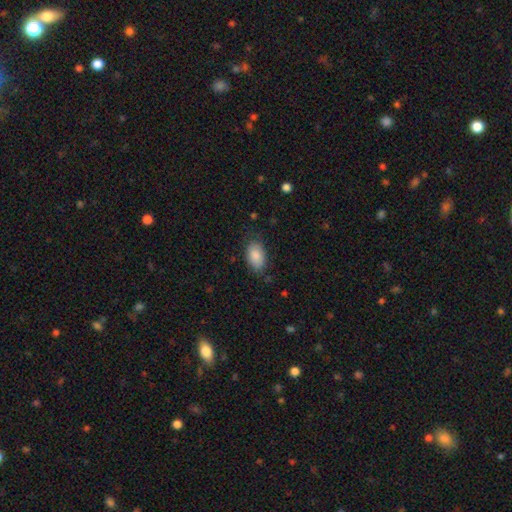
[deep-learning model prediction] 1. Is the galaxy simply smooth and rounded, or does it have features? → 87% smooth, 7% star or artifact, 6% featured or disk.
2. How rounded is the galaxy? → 92% in between, 7% round, 1% cigar-shaped.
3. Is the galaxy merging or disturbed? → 76% none, 18% minor disturbance, 4% major disturbance, 1% merger.